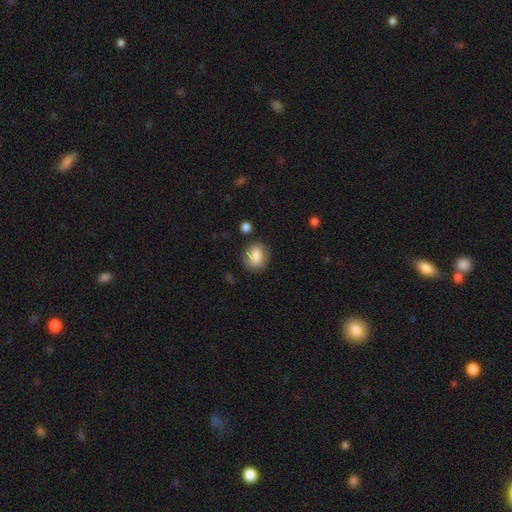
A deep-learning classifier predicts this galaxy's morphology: The model was most divided on "how rounded": round: 58%, in between: 41%, cigar-shaped: 1%. More confident: smooth or featured — smooth (76%); merging — none (74%).